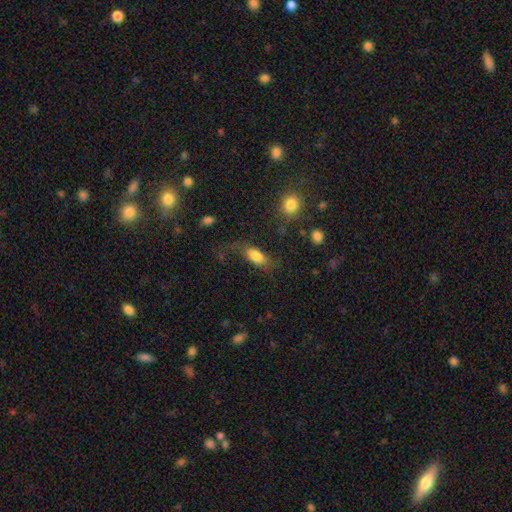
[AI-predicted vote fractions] Smooth or featured: smooth — 75% (featured or disk — 17%)
How rounded: in between — 85% (cigar-shaped — 10%)
Merging: none — 52% (major disturbance — 22%)